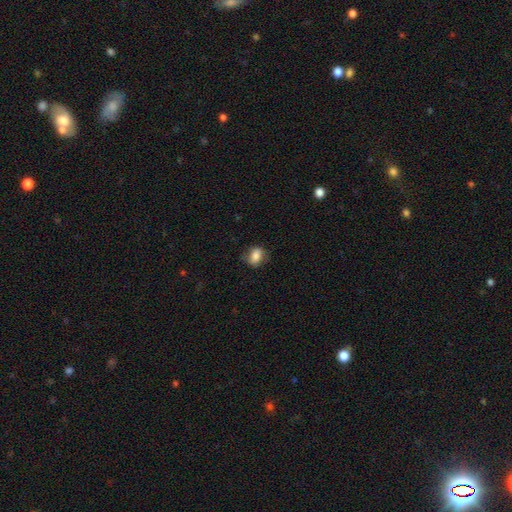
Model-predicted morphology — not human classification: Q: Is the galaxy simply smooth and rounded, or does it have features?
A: smooth — 82%.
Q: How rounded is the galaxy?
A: in between — 69%.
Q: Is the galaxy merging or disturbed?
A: none — 73%.